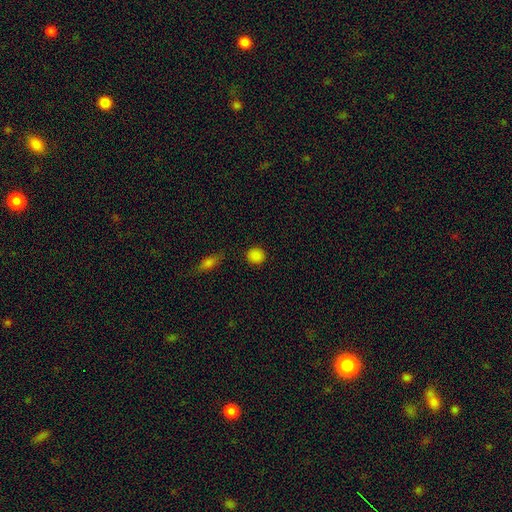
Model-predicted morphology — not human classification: type=smooth (85%); roundness=round (89%); merging=none (88%).